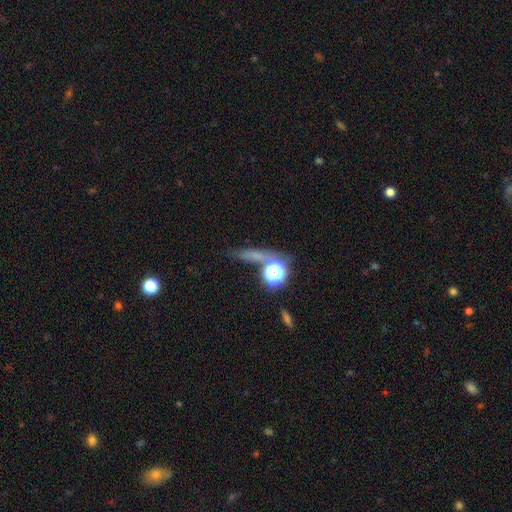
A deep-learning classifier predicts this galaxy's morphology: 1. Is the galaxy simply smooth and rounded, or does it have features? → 50% smooth, 33% star or artifact, 17% featured or disk.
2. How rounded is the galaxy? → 43% cigar-shaped, 35% round, 21% in between.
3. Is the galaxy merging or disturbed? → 63% none, 14% minor disturbance, 13% merger, 11% major disturbance.